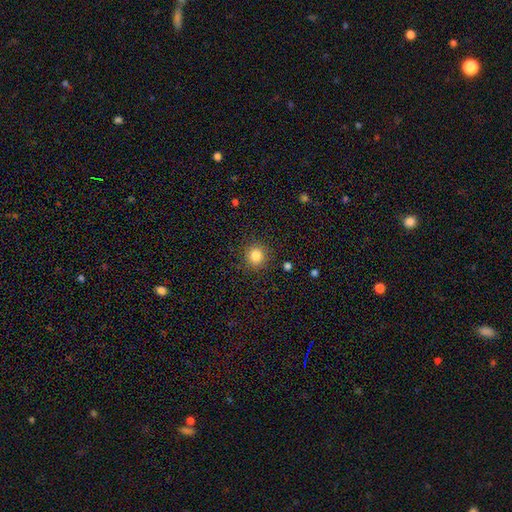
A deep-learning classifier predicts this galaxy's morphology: type=smooth (84%); roundness=round (91%); merging=none (89%).